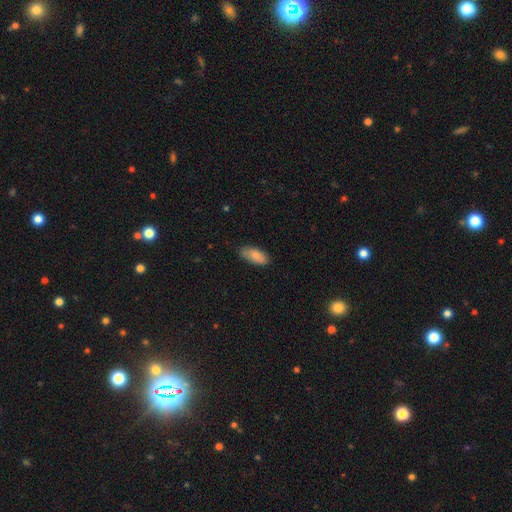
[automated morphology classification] Smooth or featured?
  - smooth: 79% *
  - featured or disk: 15%
  - star or artifact: 6%
How rounded?
  - in between: 89% *
  - cigar-shaped: 9%
  - round: 2%
Merging?
  - none: 79% *
  - minor disturbance: 17%
  - major disturbance: 3%
  - merger: 1%